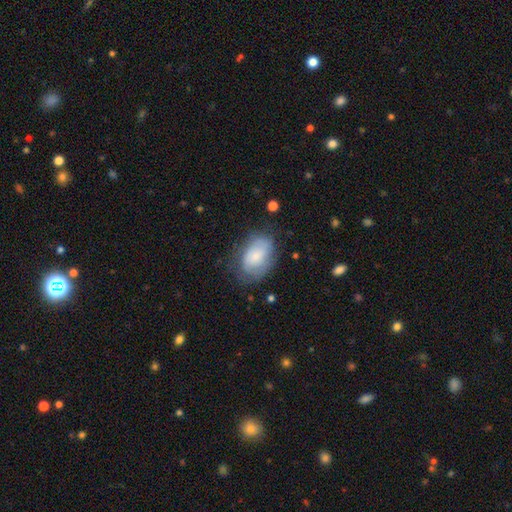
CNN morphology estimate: Smooth or featured?
  - smooth: 56% *
  - featured or disk: 37%
  - star or artifact: 8%
How rounded?
  - in between: 86% *
  - round: 13%
  - cigar-shaped: 1%
Merging?
  - none: 63% *
  - minor disturbance: 25%
  - major disturbance: 11%
  - merger: 2%